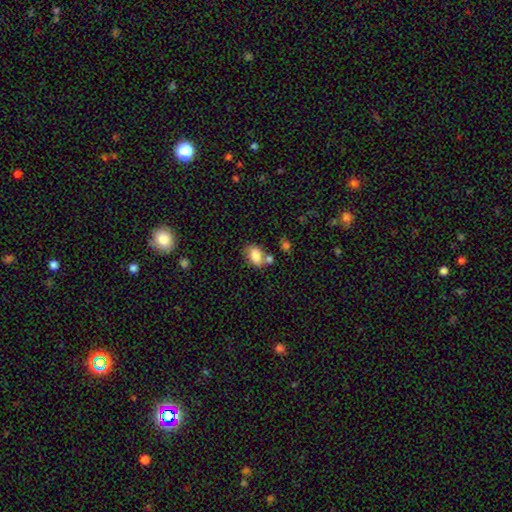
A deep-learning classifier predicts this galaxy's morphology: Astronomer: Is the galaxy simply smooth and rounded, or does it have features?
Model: smooth — 83%.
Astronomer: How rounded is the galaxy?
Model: in between — 84%.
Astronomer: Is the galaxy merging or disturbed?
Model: none — 54%.